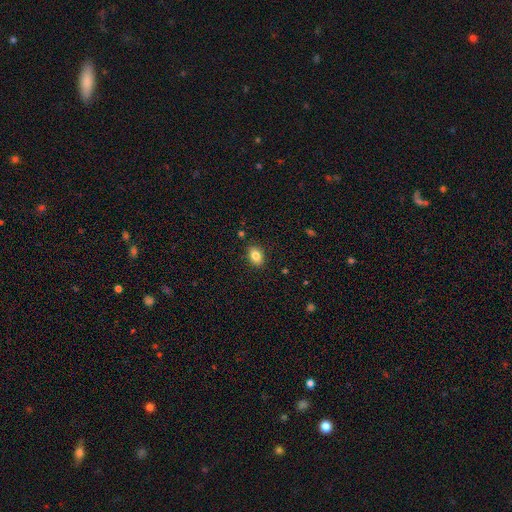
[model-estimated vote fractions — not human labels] Smooth or featured? Predicted: smooth (p=0.83). How rounded? Predicted: in between (p=0.78). Merging? Predicted: none (p=0.88).